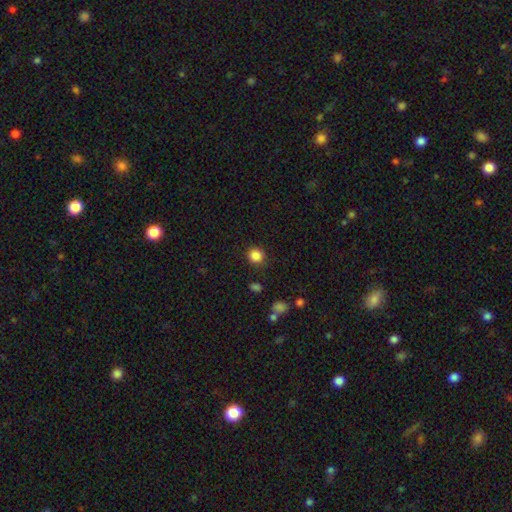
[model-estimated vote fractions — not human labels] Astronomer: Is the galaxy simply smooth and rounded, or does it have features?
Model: smooth — 85%.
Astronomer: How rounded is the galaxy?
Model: round — 89%.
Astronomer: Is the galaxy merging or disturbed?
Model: none — 88%.